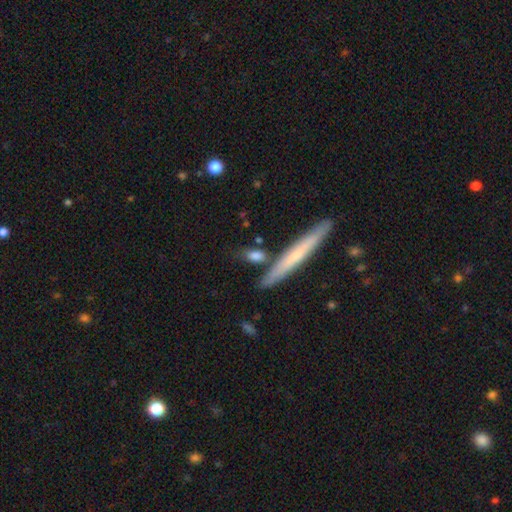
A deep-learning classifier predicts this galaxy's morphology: smooth_or_featured: smooth (p=0.74) [alt: featured or disk p=0.20]
how_rounded: cigar-shaped (p=0.49) [alt: in between p=0.43]
merging: none (p=0.67) [alt: minor disturbance p=0.16]